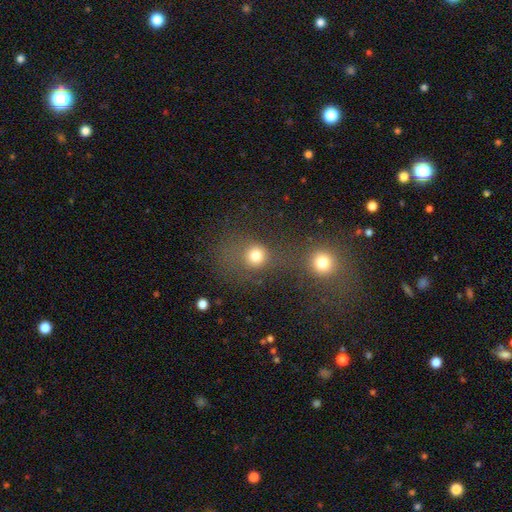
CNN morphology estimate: Q: Smooth or featured?
A: smooth (75%); runner-up: star or artifact (15%)
Q: How rounded?
A: round (79%); runner-up: in between (20%)
Q: Merging?
A: none (44%); runner-up: merger (35%)